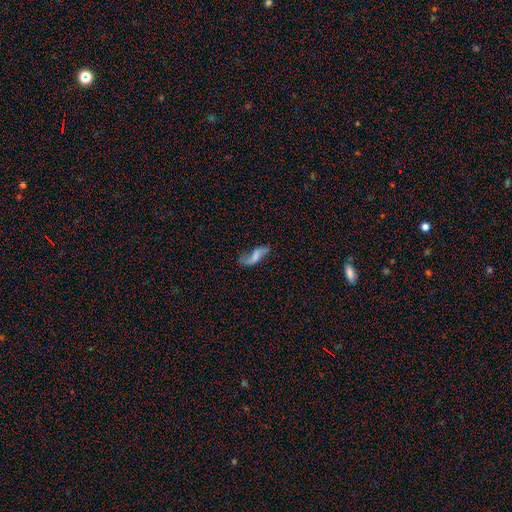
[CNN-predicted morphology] featured or disk 54%, smooth 38%, star or artifact 8%. Down the decision tree: edge-on disk — no (90%); merging — none (53%).